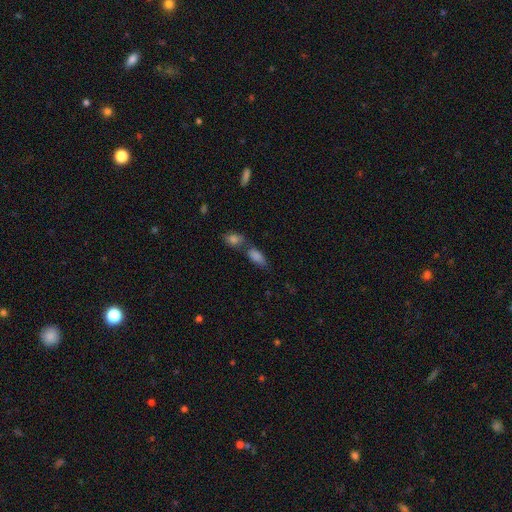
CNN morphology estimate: smooth_or_featured: smooth (p=0.76) [alt: star or artifact p=0.13]
how_rounded: in between (p=0.79) [alt: cigar-shaped p=0.16]
merging: none (p=0.43) [alt: merger p=0.41]